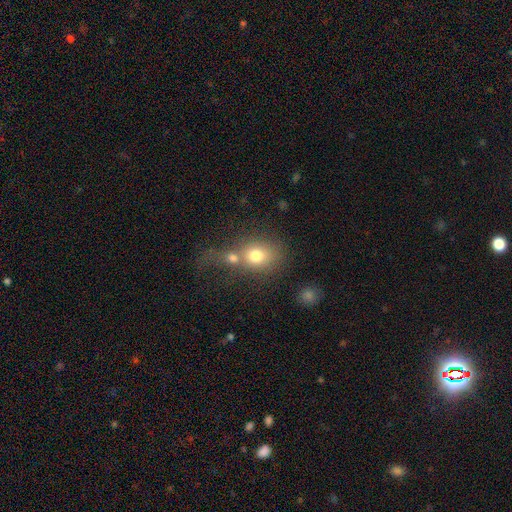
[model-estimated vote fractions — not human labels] Smooth or featured? smooth (74%)
How rounded? round (61%)
Merging? merger (49%)